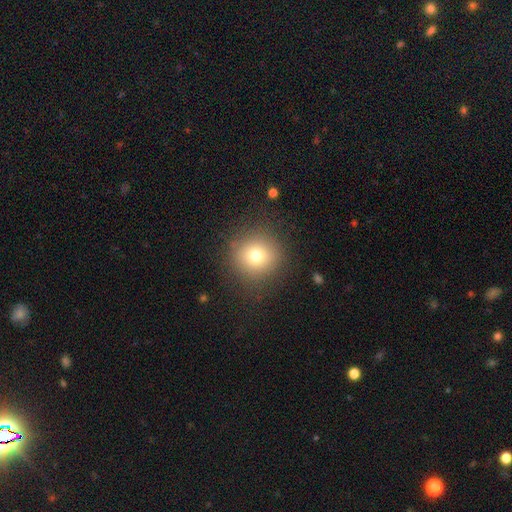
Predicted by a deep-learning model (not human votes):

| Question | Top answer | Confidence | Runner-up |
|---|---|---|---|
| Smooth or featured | smooth | 75% | star or artifact (14%) |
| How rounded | round | 94% | in between (5%) |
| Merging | none | 87% | minor disturbance (8%) |